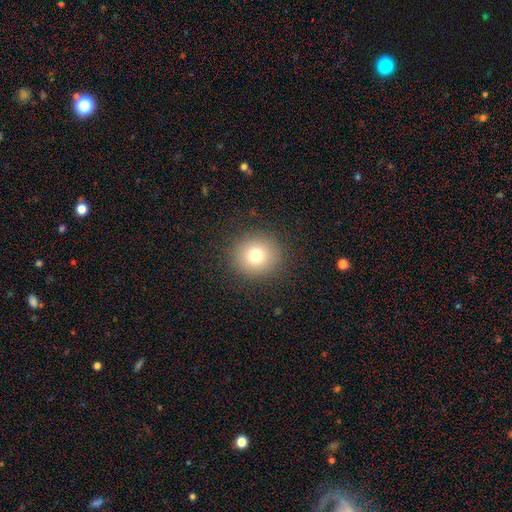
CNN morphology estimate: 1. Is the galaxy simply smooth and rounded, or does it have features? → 77% smooth, 13% star or artifact, 10% featured or disk.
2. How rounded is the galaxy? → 91% round, 8% in between, 1% cigar-shaped.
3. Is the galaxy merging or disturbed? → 90% none, 6% minor disturbance, 3% major disturbance, 1% merger.